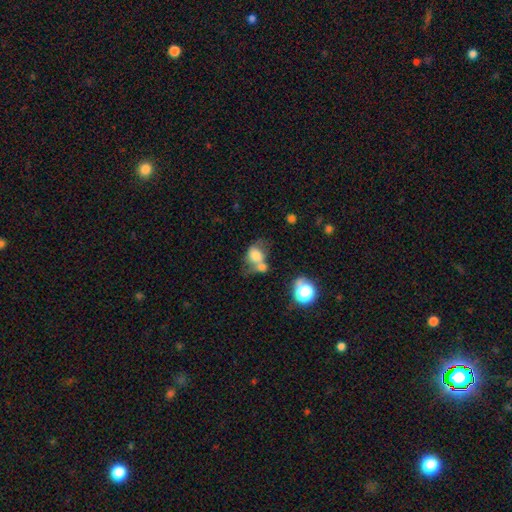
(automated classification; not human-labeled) Smooth or featured? smooth (66%)
How rounded? in between (56%)
Merging? merger (50%)